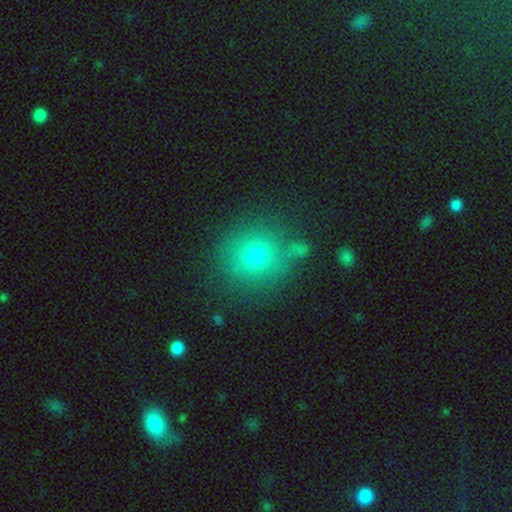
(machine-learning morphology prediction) A smooth galaxy with no disk features (73%) that is round (91%). Merging: none (77%).